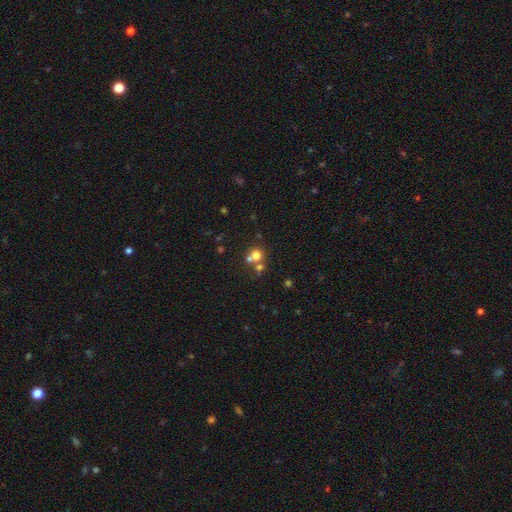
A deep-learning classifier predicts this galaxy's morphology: Smooth or featured? Predicted: smooth (p=0.68). How rounded? Predicted: round (p=0.86). Merging? Predicted: none (p=0.47).